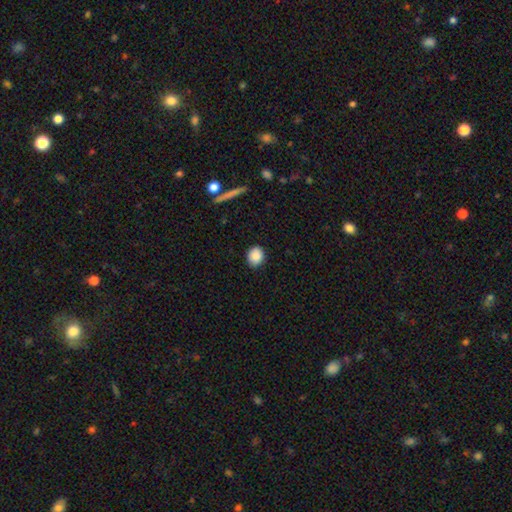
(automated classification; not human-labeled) Smooth or featured: smooth — 87% (star or artifact — 8%)
How rounded: round — 63% (in between — 36%)
Merging: none — 89% (minor disturbance — 8%)